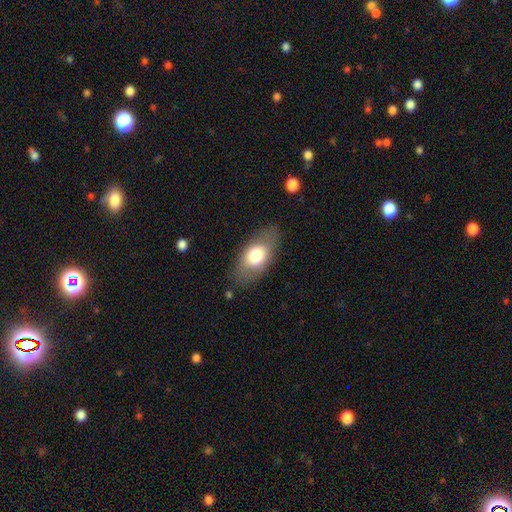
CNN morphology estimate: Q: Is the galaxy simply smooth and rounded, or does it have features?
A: smooth — 69%.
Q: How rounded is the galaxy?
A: in between — 87%.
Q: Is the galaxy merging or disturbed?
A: none — 78%.